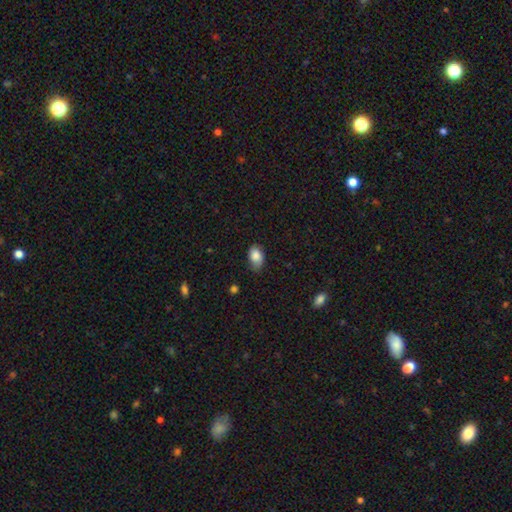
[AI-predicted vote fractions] This appears to be a smooth galaxy with no disk features (85%) that is in between round and cigar-shaped (88%). Merging: none (63%).